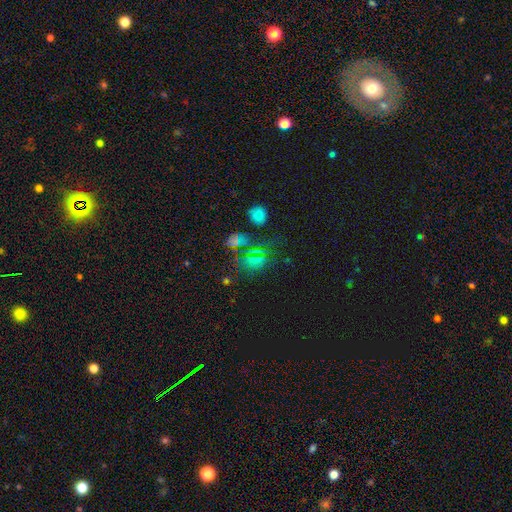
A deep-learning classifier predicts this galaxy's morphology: smooth_or_featured: star or artifact (p=0.49) [alt: smooth p=0.33]